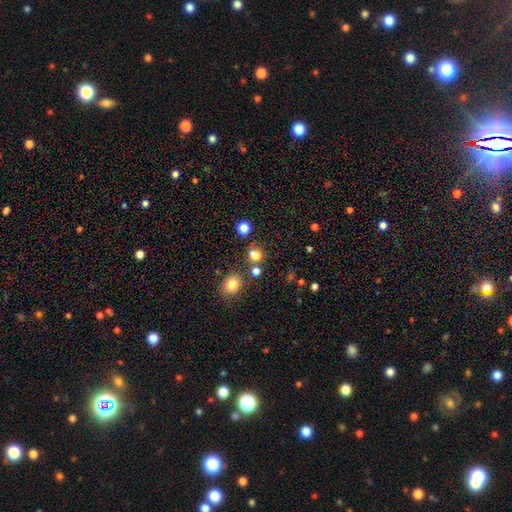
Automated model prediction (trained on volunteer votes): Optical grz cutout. It shows a smooth galaxy with no disk features (73%) that is round (76%). Merging: none (69%).